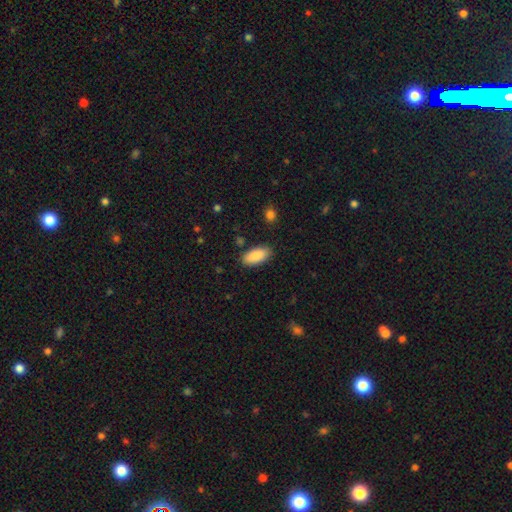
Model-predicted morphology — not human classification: type=smooth (90%); roundness=in between (91%); merging=none (87%).